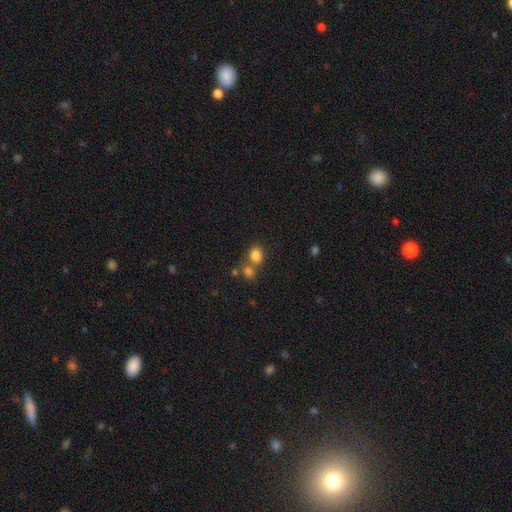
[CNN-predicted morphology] Smooth or featured? Predicted: smooth (p=0.81). How rounded? Predicted: round (p=0.59). Merging? Predicted: none (p=0.50).